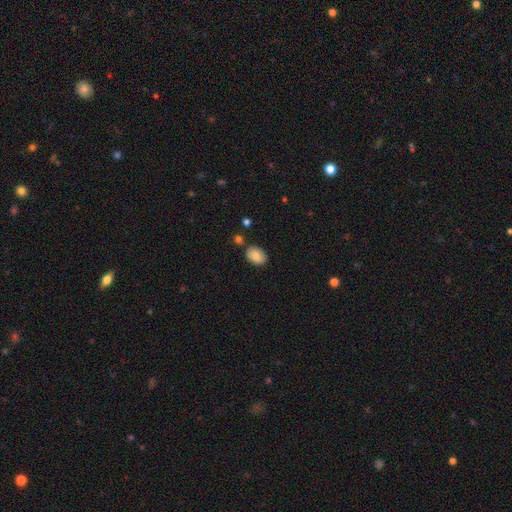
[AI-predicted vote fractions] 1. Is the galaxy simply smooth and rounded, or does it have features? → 84% smooth, 8% featured or disk, 8% star or artifact.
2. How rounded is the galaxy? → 78% in between, 20% round, 1% cigar-shaped.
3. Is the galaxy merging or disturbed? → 78% none, 14% minor disturbance, 5% merger, 3% major disturbance.